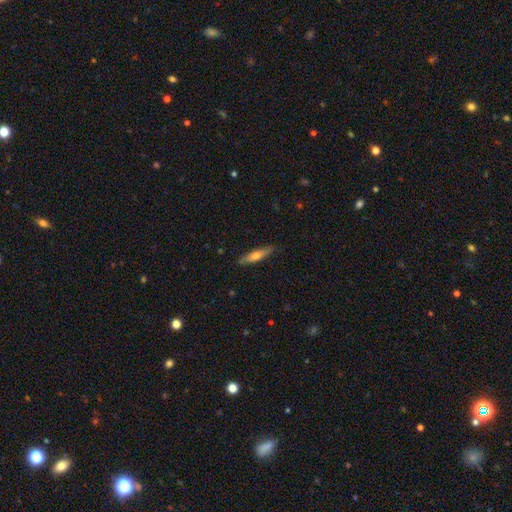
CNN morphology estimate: Smooth or featured? smooth (56%)
How rounded? cigar-shaped (80%)
Merging? none (87%)